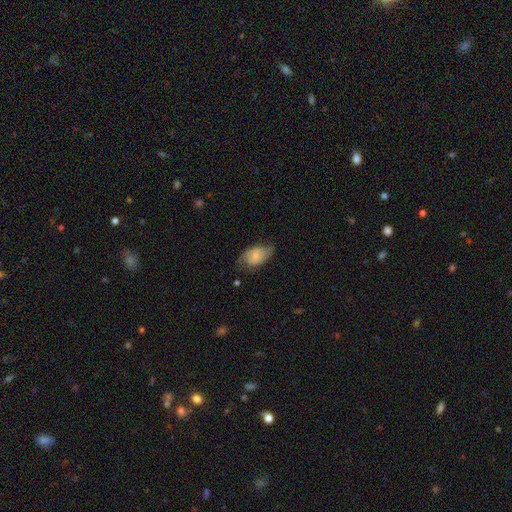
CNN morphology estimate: This is possibly a smooth galaxy (51%). How rounded: clearly in between (88%). Merging: possibly none (59%).